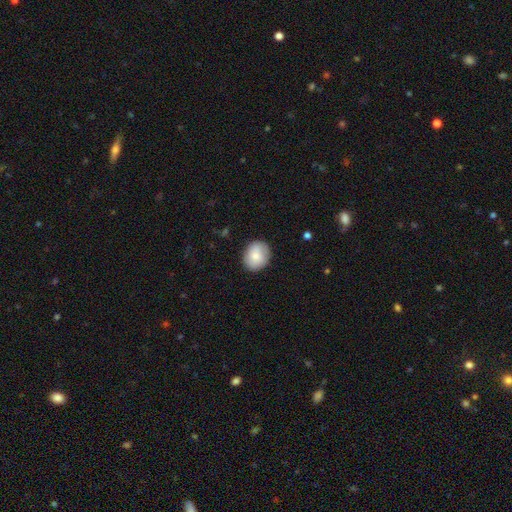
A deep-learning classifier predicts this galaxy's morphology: A smooth galaxy with no disk features (80%) that is round (57%). Merging: none (83%).